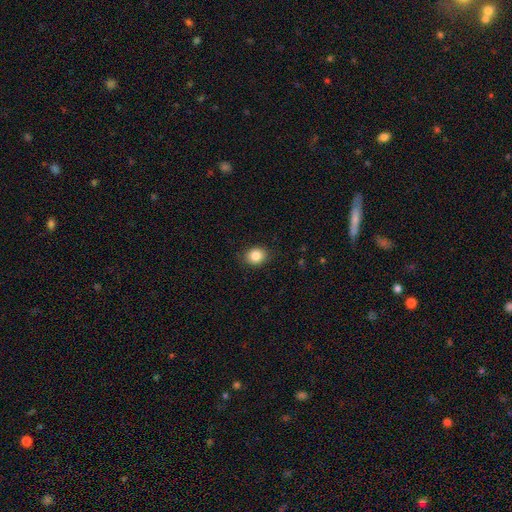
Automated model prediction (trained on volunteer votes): A smooth galaxy with no disk features (85%) that is round (65%). Merging: none (87%).